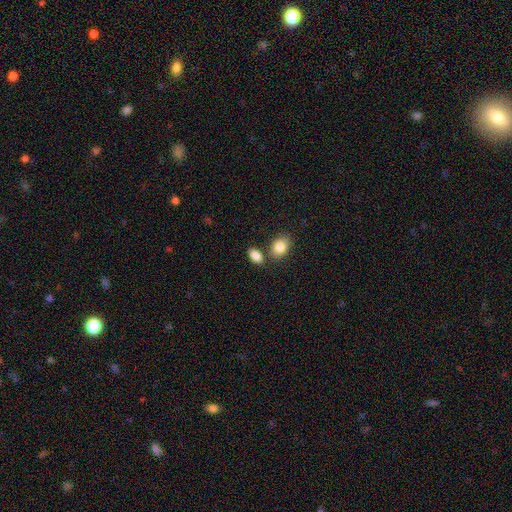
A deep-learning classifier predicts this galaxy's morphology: Smooth or featured? Predicted: smooth (p=0.87). How rounded? Predicted: in between (p=0.87). Merging? Predicted: none (p=0.64).